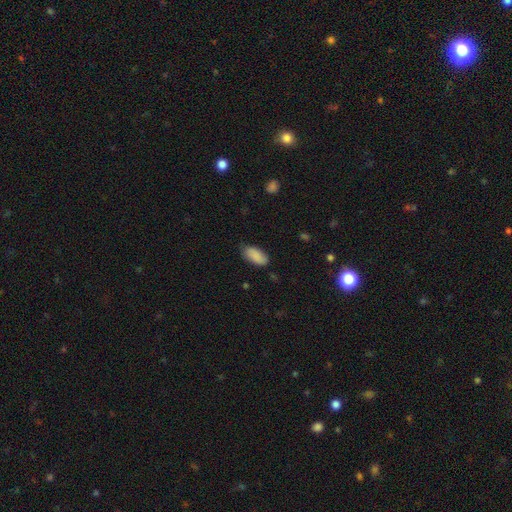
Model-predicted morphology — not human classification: The model was most divided on "merging": none: 74%, minor disturbance: 20%, major disturbance: 4%, merger: 1%. More confident: how rounded — in between (93%); smooth or featured — smooth (88%).